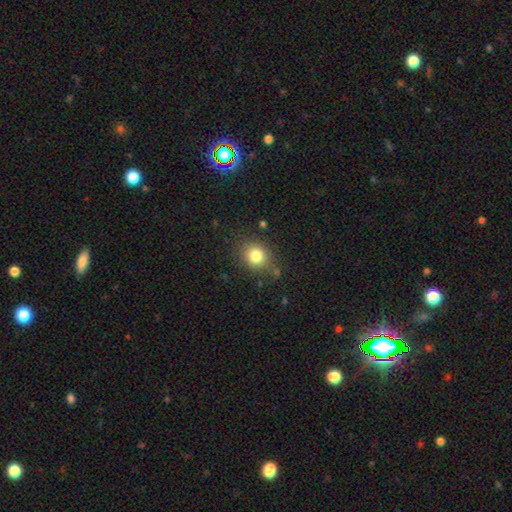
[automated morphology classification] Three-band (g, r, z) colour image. It shows a smooth galaxy with no disk features (80%) that is round (76%). Merging: none (81%).